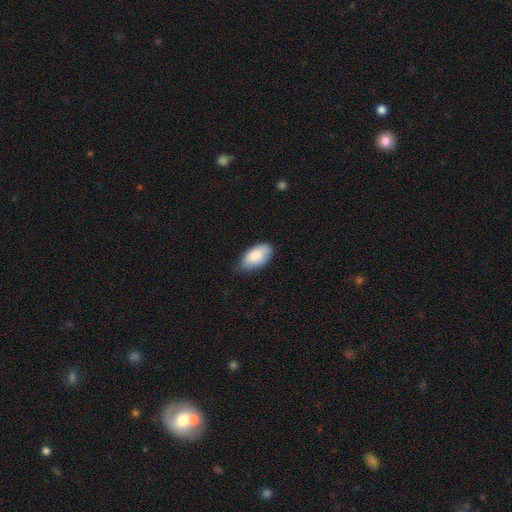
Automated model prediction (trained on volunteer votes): The model was most divided on "merging": none: 67%, minor disturbance: 28%, major disturbance: 4%, merger: 1%. More confident: how rounded — in between (95%); smooth or featured — smooth (85%).